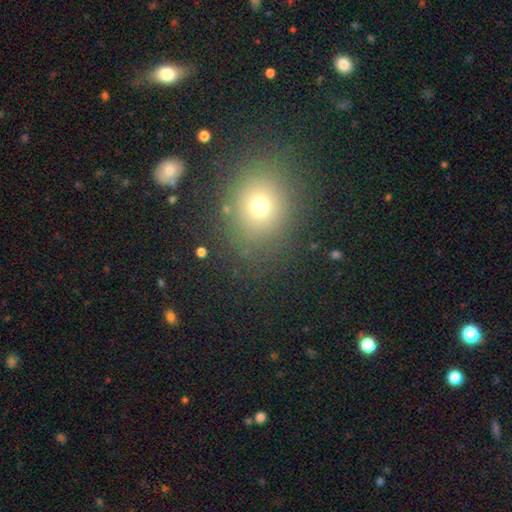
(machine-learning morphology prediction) A smooth galaxy with no disk features (62%) that is round (63%). Merging: none (87%).